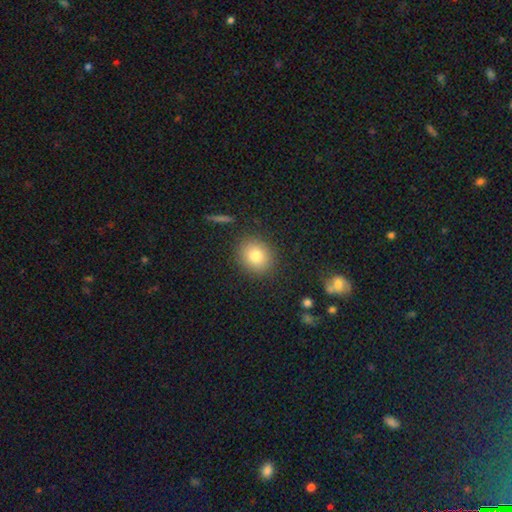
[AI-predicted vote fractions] Smooth or featured?
  - smooth: 80% *
  - star or artifact: 11%
  - featured or disk: 9%
How rounded?
  - round: 77% *
  - in between: 22%
  - cigar-shaped: 1%
Merging?
  - none: 88% *
  - minor disturbance: 8%
  - major disturbance: 3%
  - merger: 2%